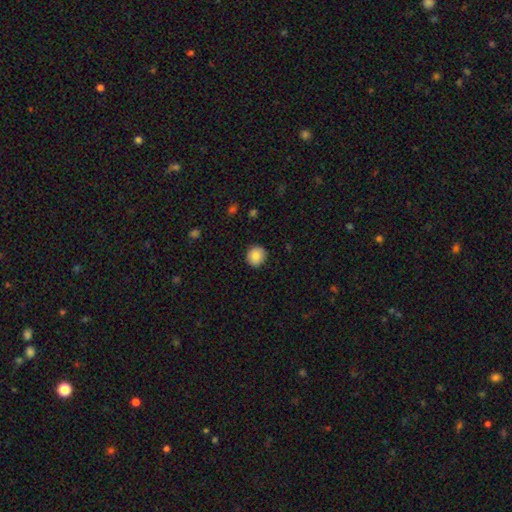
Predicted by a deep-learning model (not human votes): This appears to be a smooth galaxy with no disk features (83%) that is round (87%). Merging: none (90%).